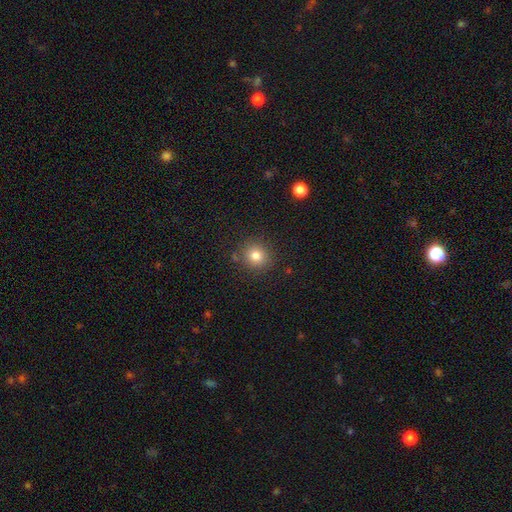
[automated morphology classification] Smooth or featured?
  - smooth: 80% *
  - star or artifact: 13%
  - featured or disk: 7%
How rounded?
  - round: 88% *
  - in between: 11%
  - cigar-shaped: 1%
Merging?
  - none: 85% *
  - minor disturbance: 9%
  - merger: 3%
  - major disturbance: 3%